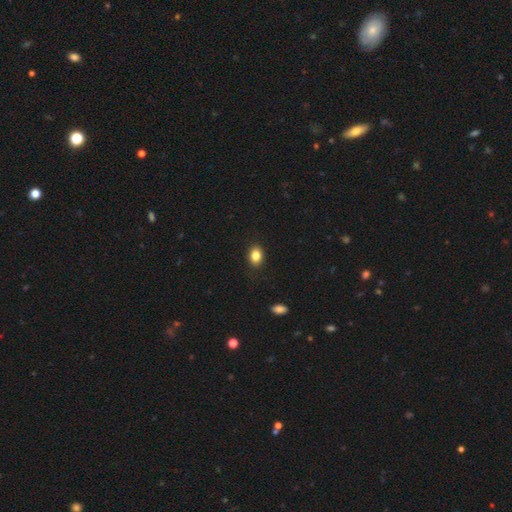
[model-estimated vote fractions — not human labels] Smooth or featured?
  - smooth: 85% *
  - star or artifact: 10%
  - featured or disk: 6%
How rounded?
  - in between: 69% *
  - round: 30%
  - cigar-shaped: 1%
Merging?
  - none: 88% *
  - minor disturbance: 9%
  - major disturbance: 2%
  - merger: 1%